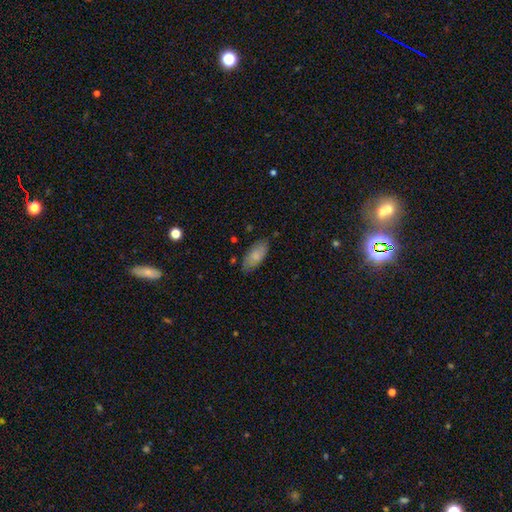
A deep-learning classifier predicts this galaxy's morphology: This appears to be a smooth galaxy with no disk features (73%) that is in between round and cigar-shaped (90%). Merging: none (73%).